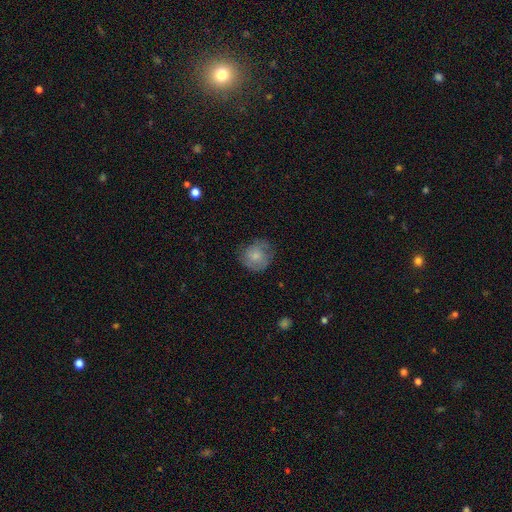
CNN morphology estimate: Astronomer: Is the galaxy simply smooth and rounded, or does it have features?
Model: smooth — 71%.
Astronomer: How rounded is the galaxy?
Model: round — 83%.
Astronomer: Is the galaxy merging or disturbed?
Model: none — 69%.